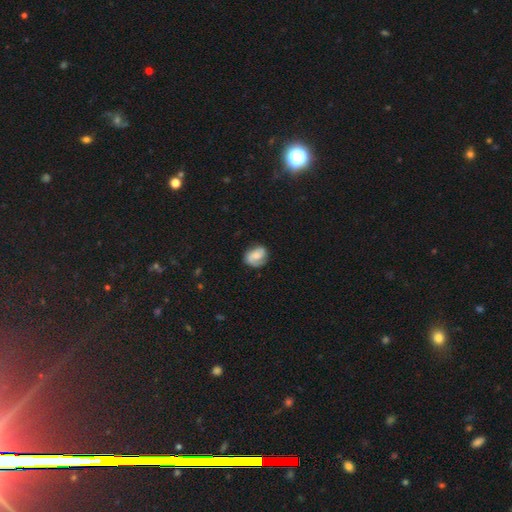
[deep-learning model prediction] Overall: featured or disk (53%; smooth 39%). Edge-on disk: no (97%). Bar: no (53%; weak 36%). Spiral arms: yes (89%). Bulge size: small (40%; moderate 36%). Merging: none (66%).